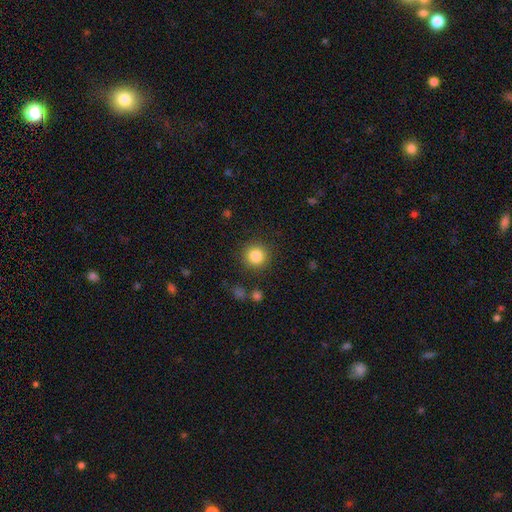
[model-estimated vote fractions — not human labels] Morphology: type=smooth (85%); roundness=round (93%); merging=none (88%).